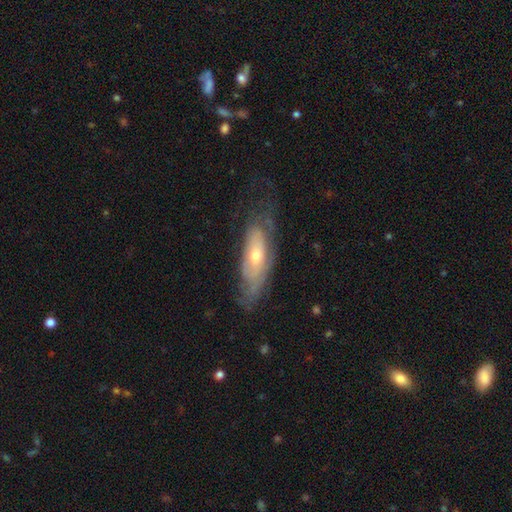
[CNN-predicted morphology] Smooth or featured: featured or disk — 60% (smooth — 33%)
Edge-on disk: no — 72% (yes — 28%)
Merging: none — 52% (minor disturbance — 28%)